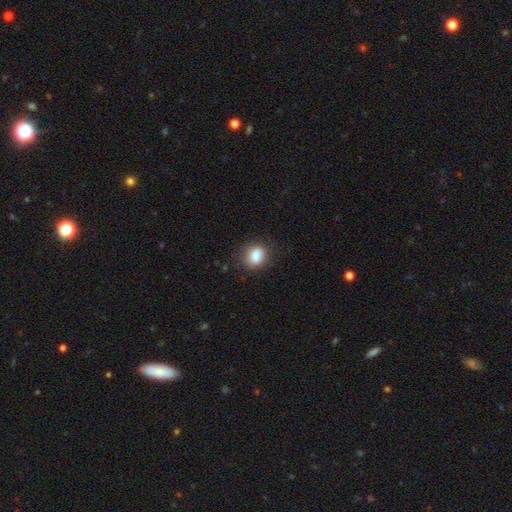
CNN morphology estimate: smooth-or-featured: smooth: 84% | star or artifact: 9% | featured or disk: 7%
  how-rounded: in between: 57% | round: 41% | cigar-shaped: 2%
  merging: none: 75% | minor disturbance: 18% | major disturbance: 5% | merger: 3%